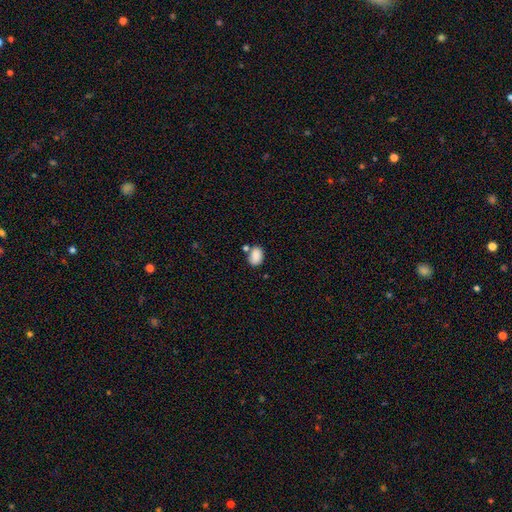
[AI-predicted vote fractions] Smooth or featured? Predicted: smooth (p=0.86). How rounded? Predicted: in between (p=0.76). Merging? Predicted: none (p=0.59).